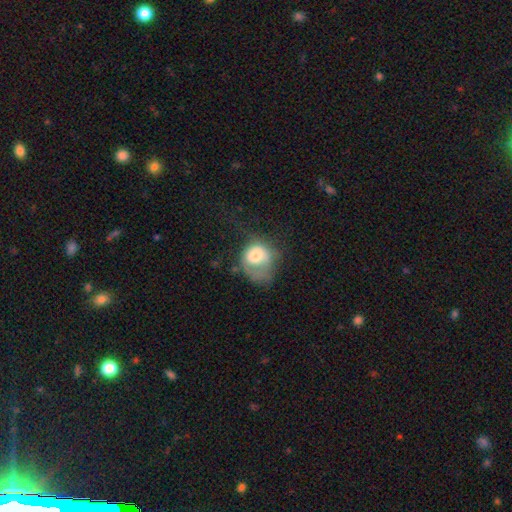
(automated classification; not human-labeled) A smooth galaxy with no disk features (65%) that is round (60%).

Vote fractions:
- Smooth or featured? smooth: 65% / featured or disk: 27% / star or artifact: 8%
- How rounded? round: 60% / in between: 39% / cigar-shaped: 1%
- Merging? major disturbance: 48% / minor disturbance: 24% / none: 22% / merger: 6%